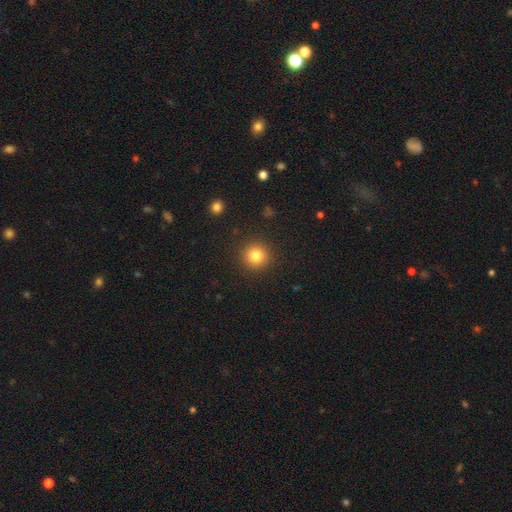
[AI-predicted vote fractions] smooth_or_featured: smooth (p=0.82) [alt: star or artifact p=0.12]
how_rounded: round (p=0.94) [alt: in between p=0.05]
merging: none (p=0.91) [alt: minor disturbance p=0.06]